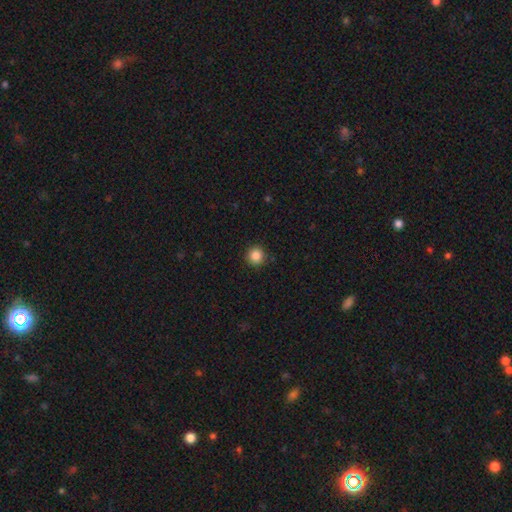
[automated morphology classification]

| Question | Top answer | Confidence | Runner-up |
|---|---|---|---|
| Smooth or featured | smooth | 86% | star or artifact (10%) |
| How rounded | round | 95% | in between (4%) |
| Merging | none | 92% | minor disturbance (6%) |